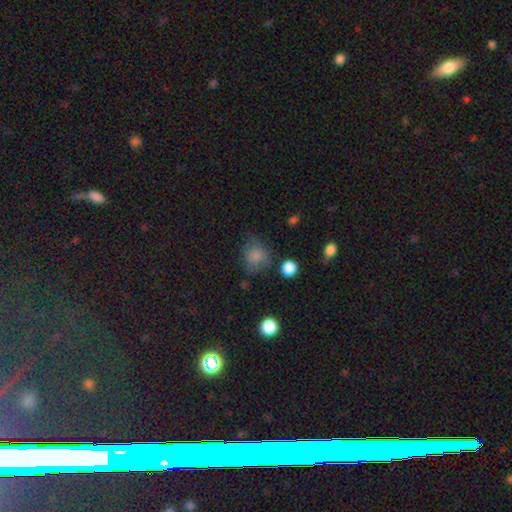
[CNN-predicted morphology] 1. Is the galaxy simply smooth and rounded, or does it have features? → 81% smooth, 12% star or artifact, 8% featured or disk.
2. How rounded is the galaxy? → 75% round, 24% in between, 1% cigar-shaped.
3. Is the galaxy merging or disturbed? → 63% none, 24% minor disturbance, 10% major disturbance, 3% merger.